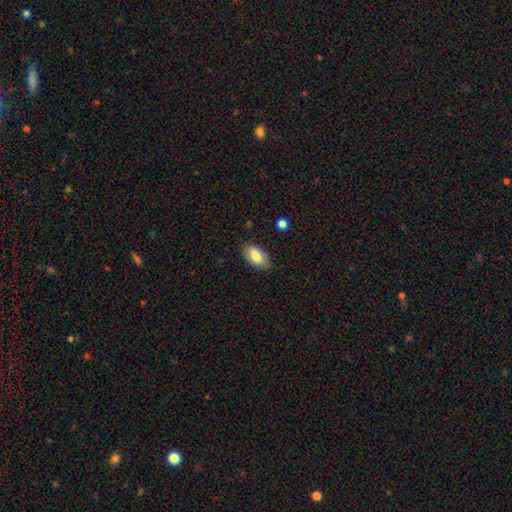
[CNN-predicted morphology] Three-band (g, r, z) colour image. It shows a smooth galaxy with no disk features (84%) that is in between round and cigar-shaped (93%). Merging: none (83%).